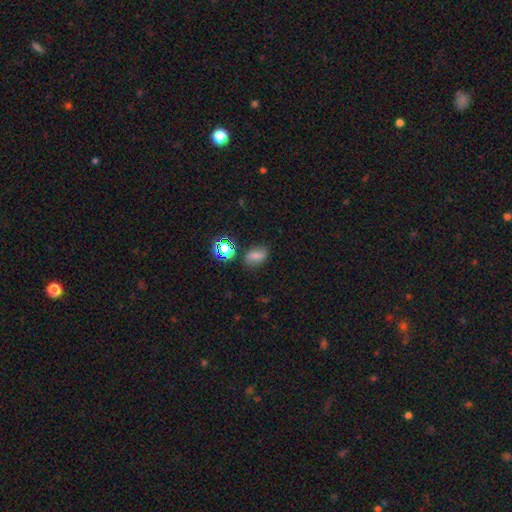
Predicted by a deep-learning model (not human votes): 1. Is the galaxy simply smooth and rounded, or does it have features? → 62% smooth, 19% star or artifact, 18% featured or disk.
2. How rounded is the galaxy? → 78% in between, 19% round, 3% cigar-shaped.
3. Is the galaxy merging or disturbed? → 73% none, 18% minor disturbance, 5% major disturbance, 4% merger.